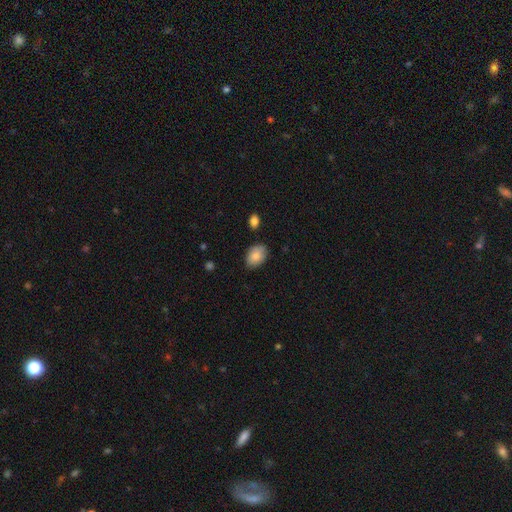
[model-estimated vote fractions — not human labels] A smooth galaxy with no disk features (85%) that is in between round and cigar-shaped (82%). Merging: none (80%).